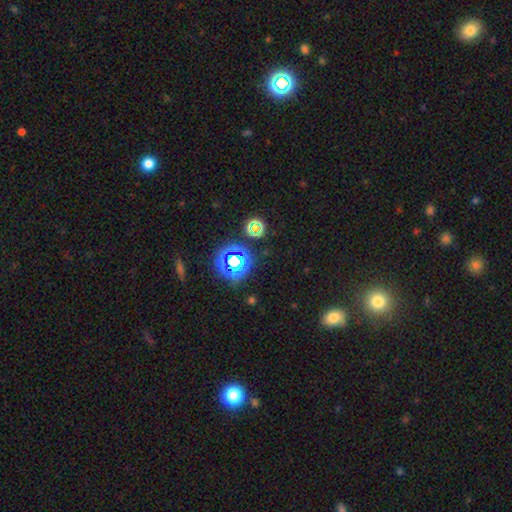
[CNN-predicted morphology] star or artifact 66%, smooth 25%, featured or disk 9%.